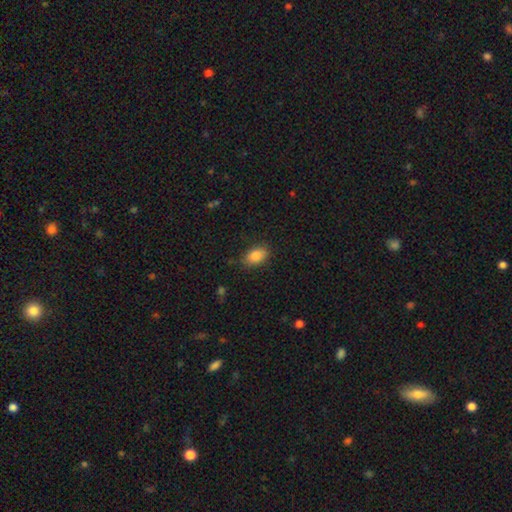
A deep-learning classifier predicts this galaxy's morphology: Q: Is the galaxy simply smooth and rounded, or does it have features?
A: smooth — 86%.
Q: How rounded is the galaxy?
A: in between — 87%.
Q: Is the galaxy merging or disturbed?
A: none — 81%.